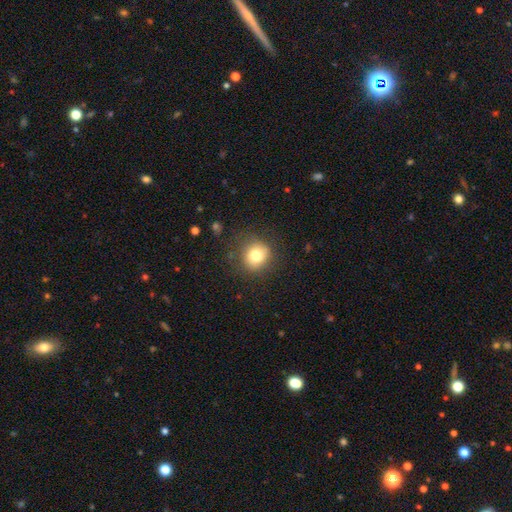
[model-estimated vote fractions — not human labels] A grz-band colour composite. It shows a smooth galaxy with no disk features (77%) that is round (88%). Merging: none (80%).